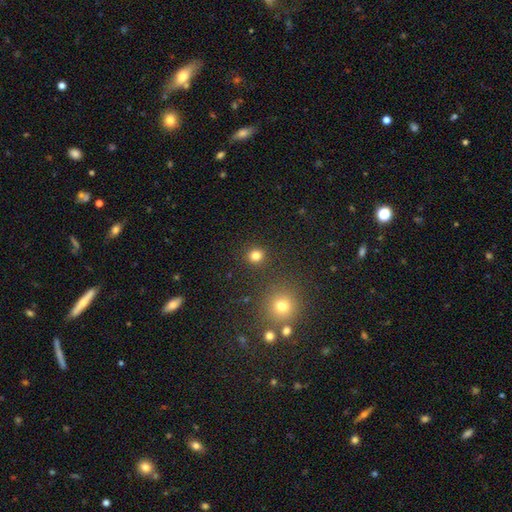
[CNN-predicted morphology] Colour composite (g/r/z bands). It shows a smooth galaxy with no disk features (80%) that is round (90%). Merging: none (88%).